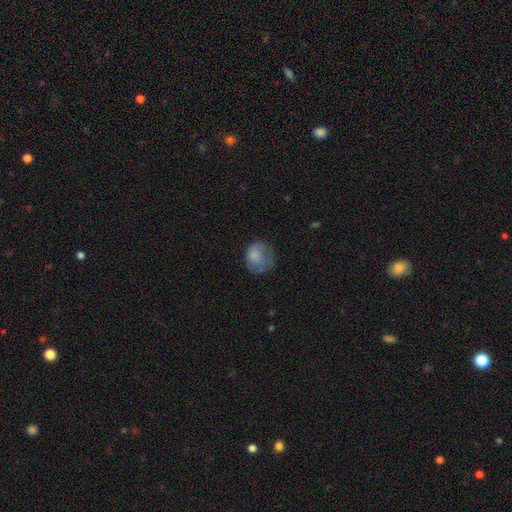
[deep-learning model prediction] Morphology: type=smooth (73%); roundness=round (70%); merging=none (51%).